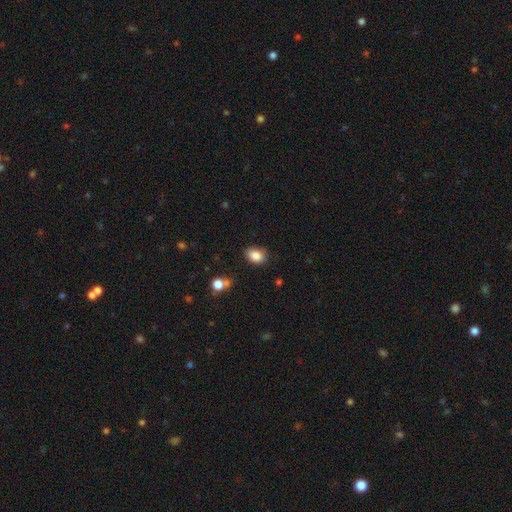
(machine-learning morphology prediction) Smooth or featured? Predicted: smooth (p=0.86). How rounded? Predicted: in between (p=0.74). Merging? Predicted: none (p=0.79).